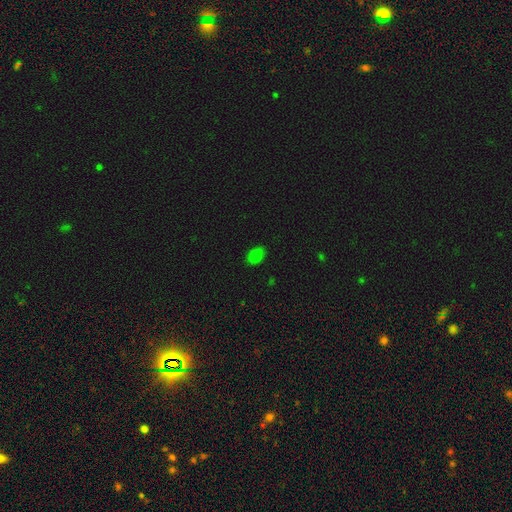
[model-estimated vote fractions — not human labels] This is clearly a smooth galaxy (81%). How rounded: clearly in between (83%). Merging: clearly none (82%).